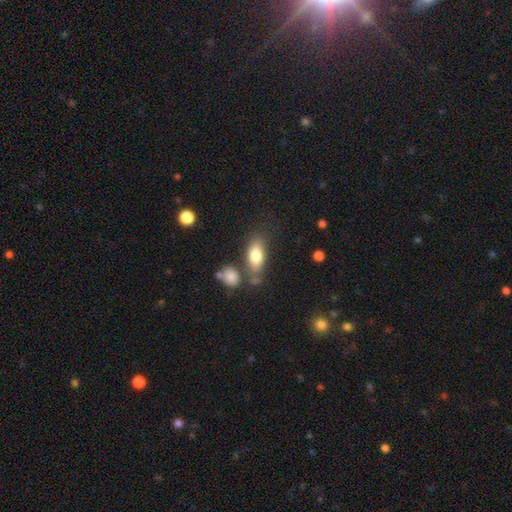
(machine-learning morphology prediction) A smooth galaxy with no disk features (79%) that is in between round and cigar-shaped (80%).

Vote fractions:
- Smooth or featured? smooth: 79% / featured or disk: 14% / star or artifact: 7%
- How rounded? in between: 80% / cigar-shaped: 15% / round: 4%
- Merging? none: 63% / minor disturbance: 17% / merger: 14% / major disturbance: 6%